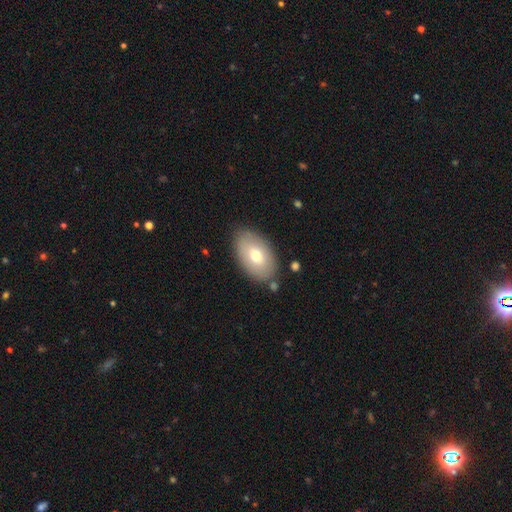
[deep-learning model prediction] This appears to be a smooth galaxy with no disk features (69%) that is in between round and cigar-shaped (92%). Merging: none (81%).